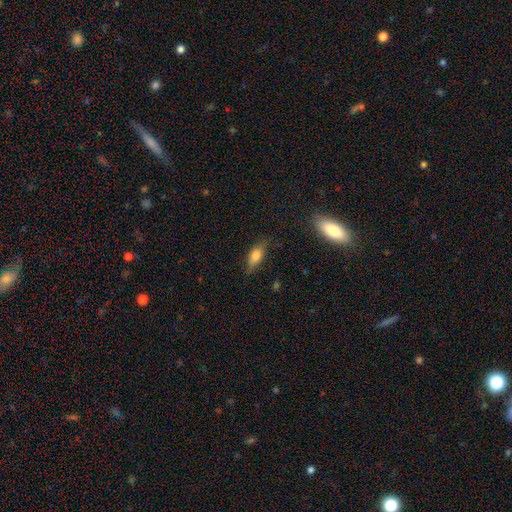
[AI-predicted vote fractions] The model was most divided on "smooth or featured": smooth: 72%, featured or disk: 19%, star or artifact: 8%. More confident: how rounded — in between (75%); merging — none (74%).